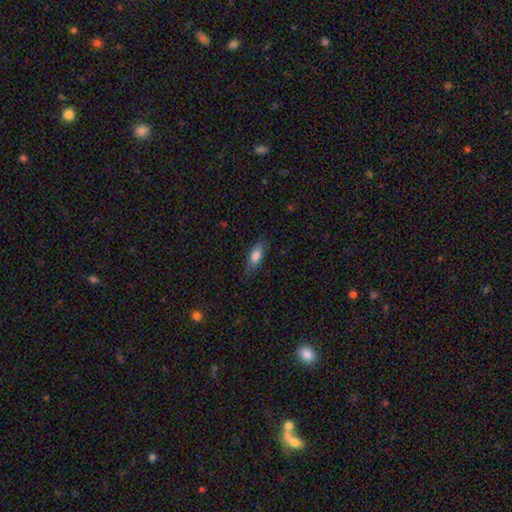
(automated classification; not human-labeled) smooth_or_featured: smooth (p=0.80) [alt: featured or disk p=0.13]
how_rounded: in between (p=0.74) [alt: cigar-shaped p=0.23]
merging: none (p=0.78) [alt: minor disturbance p=0.17]